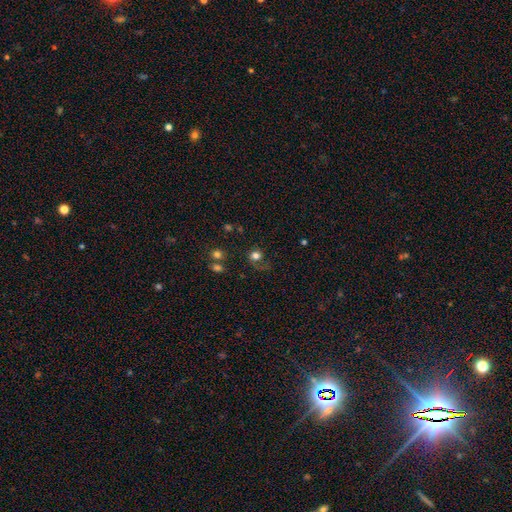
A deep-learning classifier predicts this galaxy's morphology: This appears to be a smooth galaxy with no disk features (70%) that is round (77%). Merging: none (46%).